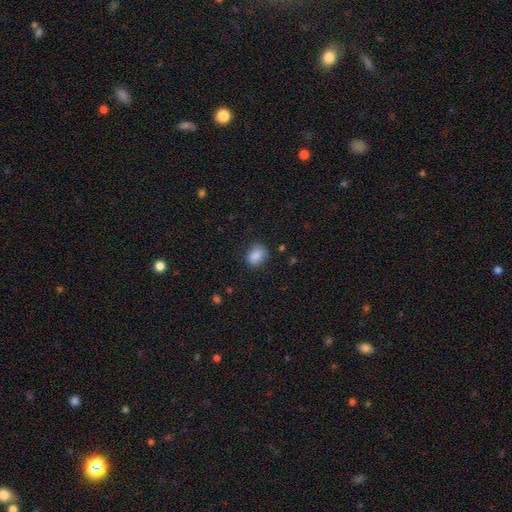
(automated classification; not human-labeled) Smooth or featured: smooth — 86% (star or artifact — 9%)
How rounded: in between — 58% (round — 41%)
Merging: none — 76% (minor disturbance — 18%)